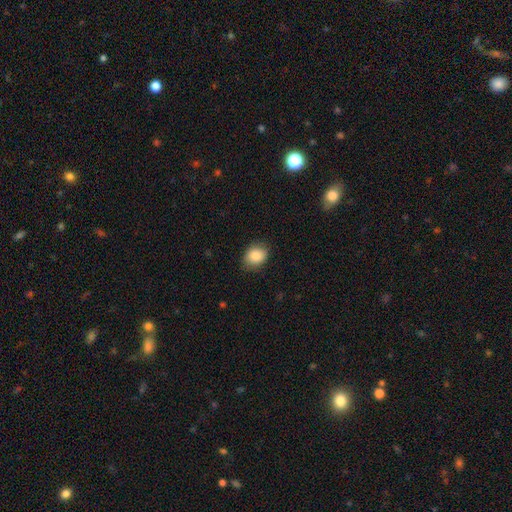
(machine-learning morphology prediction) The model was most divided on "how rounded": in between: 60%, round: 39%, cigar-shaped: 1%. More confident: smooth or featured — smooth (86%); merging — none (82%).